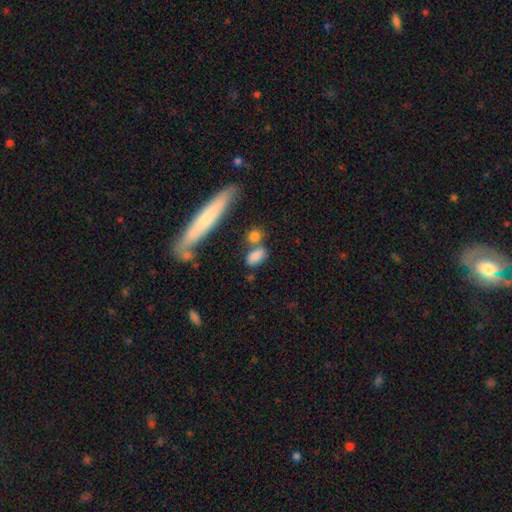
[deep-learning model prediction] This appears to be a smooth galaxy with no disk features (80%) that is in between round and cigar-shaped (76%). Merging: none (57%).